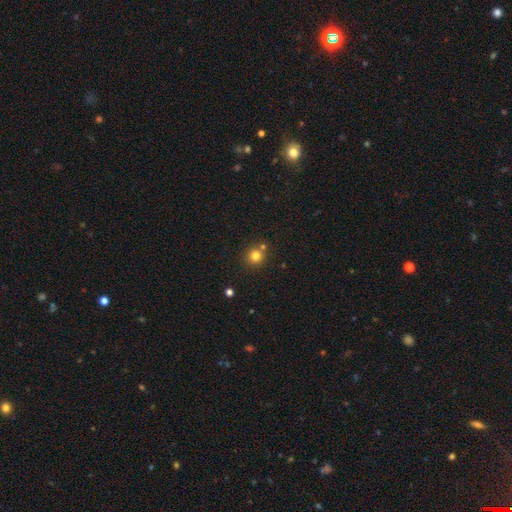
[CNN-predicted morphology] Q: Smooth or featured?
A: smooth (80%); runner-up: star or artifact (14%)
Q: How rounded?
A: round (90%); runner-up: in between (9%)
Q: Merging?
A: none (74%); runner-up: merger (15%)